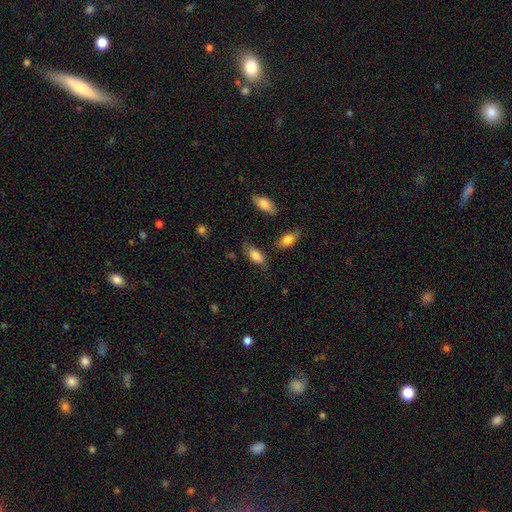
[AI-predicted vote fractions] Q: Smooth or featured?
A: smooth (79%); runner-up: featured or disk (14%)
Q: How rounded?
A: in between (88%); runner-up: cigar-shaped (9%)
Q: Merging?
A: none (61%); runner-up: minor disturbance (26%)